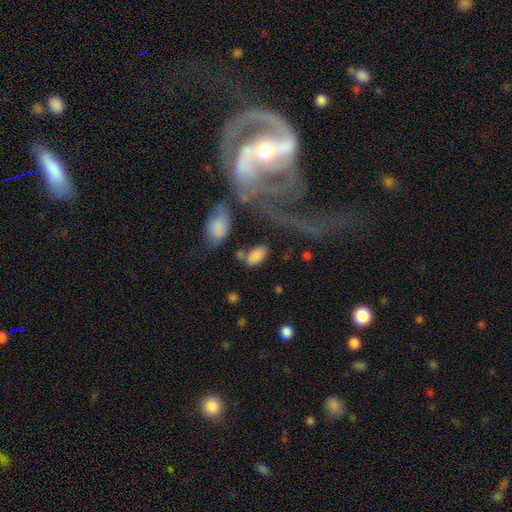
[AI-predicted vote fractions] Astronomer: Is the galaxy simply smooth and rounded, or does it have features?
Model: smooth — 84%.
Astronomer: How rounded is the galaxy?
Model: in between — 94%.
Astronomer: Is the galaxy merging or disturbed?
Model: none — 61%.